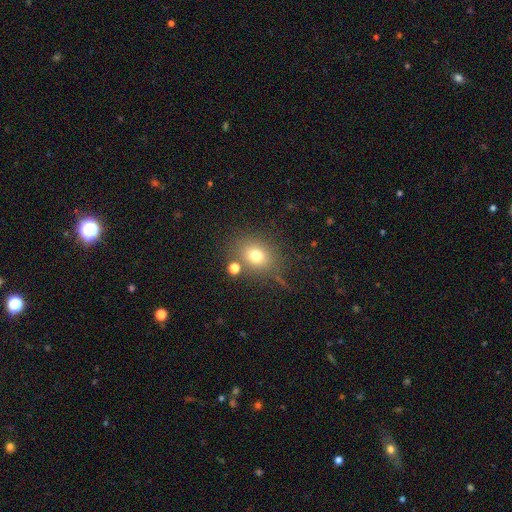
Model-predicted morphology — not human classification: smooth_or_featured: smooth (p=0.73) [alt: star or artifact p=0.15]
how_rounded: round (p=0.58) [alt: in between p=0.41]
merging: none (p=0.71) [alt: minor disturbance p=0.13]